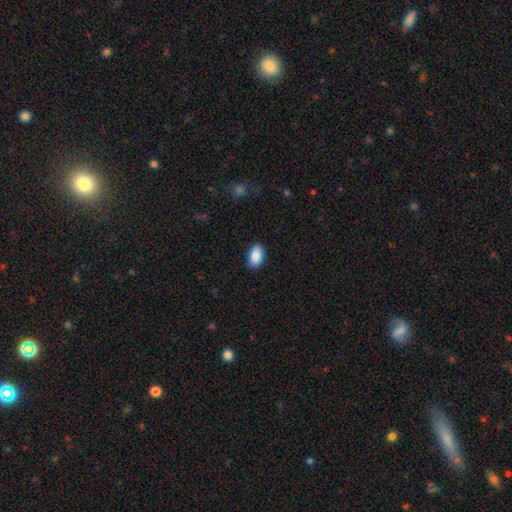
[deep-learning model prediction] Smooth or featured? smooth (89%)
How rounded? in between (93%)
Merging? none (88%)